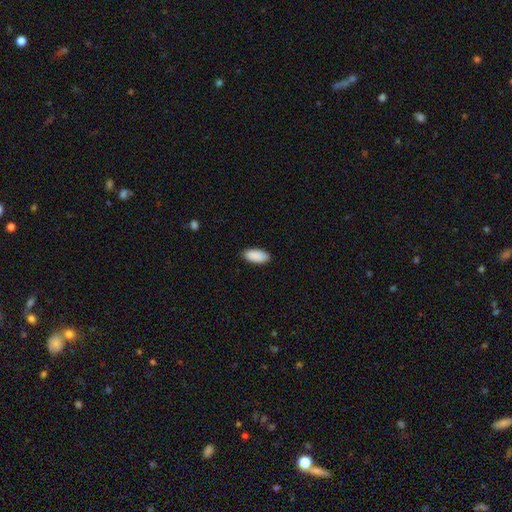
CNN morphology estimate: smooth 91%, star or artifact 6%, featured or disk 3%. Down the decision tree: how rounded — in between (92%); merging — none (88%).